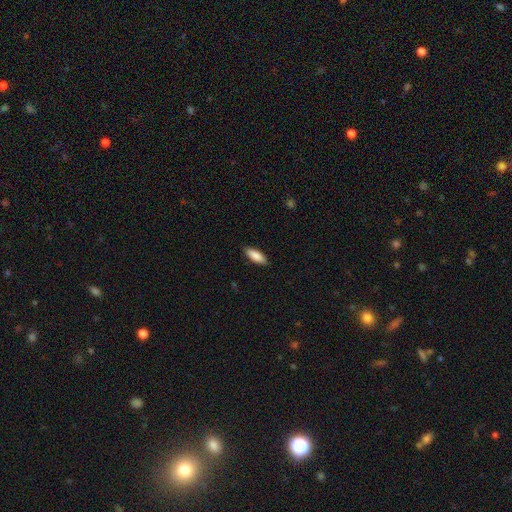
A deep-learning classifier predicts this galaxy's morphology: smooth-or-featured: smooth: 87% | featured or disk: 7% | star or artifact: 6%
  how-rounded: in between: 70% | cigar-shaped: 29% | round: 2%
  merging: none: 88% | minor disturbance: 10% | major disturbance: 2% | merger: 1%